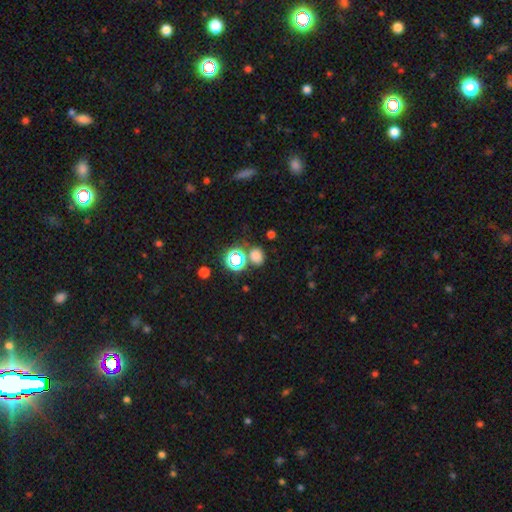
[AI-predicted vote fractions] Smooth or featured: smooth — 66% (star or artifact — 28%)
How rounded: round — 60% (in between — 39%)
Merging: none — 69% (merger — 15%)